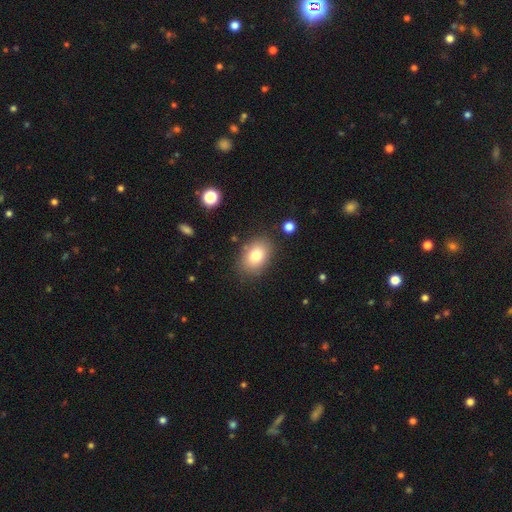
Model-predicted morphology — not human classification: The model was most divided on "how rounded": in between: 77%, round: 22%, cigar-shaped: 1%. More confident: merging — none (83%); smooth or featured — smooth (80%).